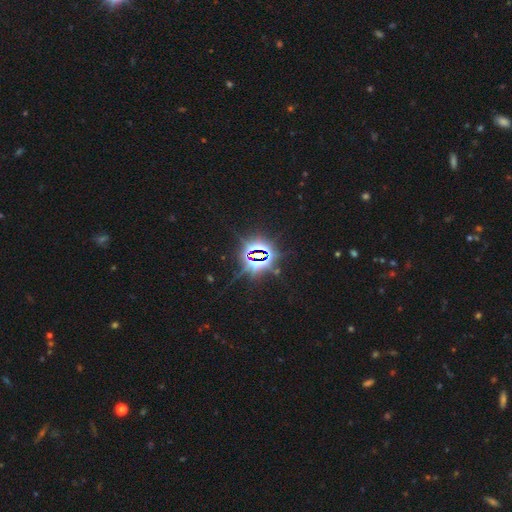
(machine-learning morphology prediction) Smooth or featured? Predicted: star or artifact (p=0.84).